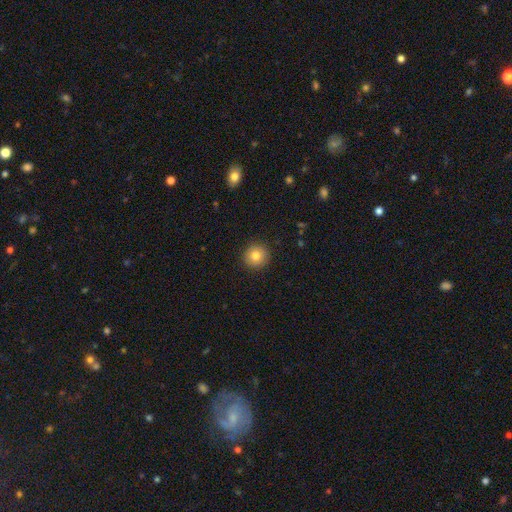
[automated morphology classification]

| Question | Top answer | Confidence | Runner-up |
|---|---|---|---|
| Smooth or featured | smooth | 82% | star or artifact (10%) |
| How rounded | round | 94% | in between (5%) |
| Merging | none | 92% | minor disturbance (6%) |